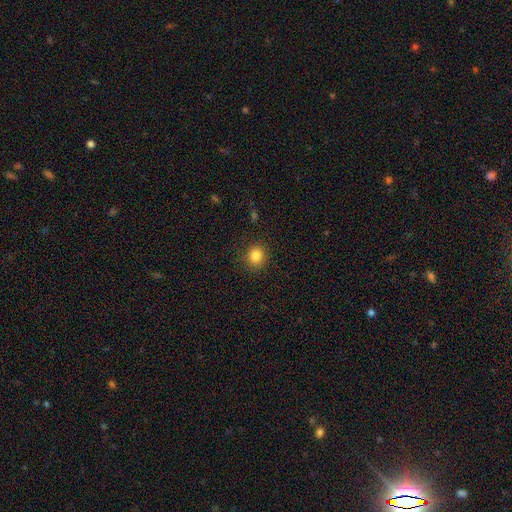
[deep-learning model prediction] Morphology: type=smooth (84%); roundness=round (82%); merging=none (88%).